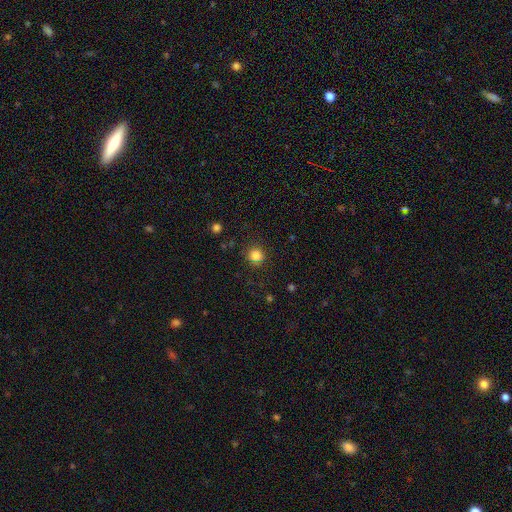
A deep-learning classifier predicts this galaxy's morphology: A smooth galaxy with no disk features (83%) that is round (91%). Merging: none (85%).